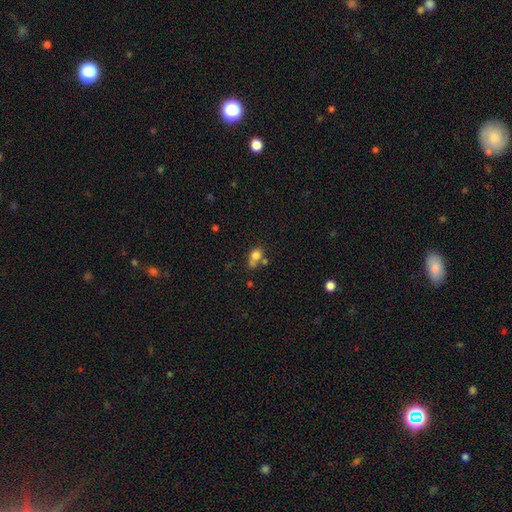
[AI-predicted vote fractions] A smooth galaxy with no disk features (76%) that is in between round and cigar-shaped (59%). Merging: none (36%).